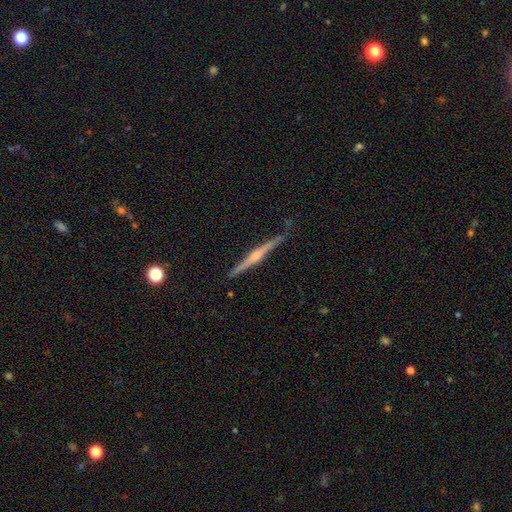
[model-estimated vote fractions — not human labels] Smooth or featured: featured or disk — 84% (smooth — 11%)
Edge-on disk: yes — 99% (no — 1%)
Edge-on bulge: rounded — 88% (none — 7%)
Merging: none — 88% (minor disturbance — 9%)